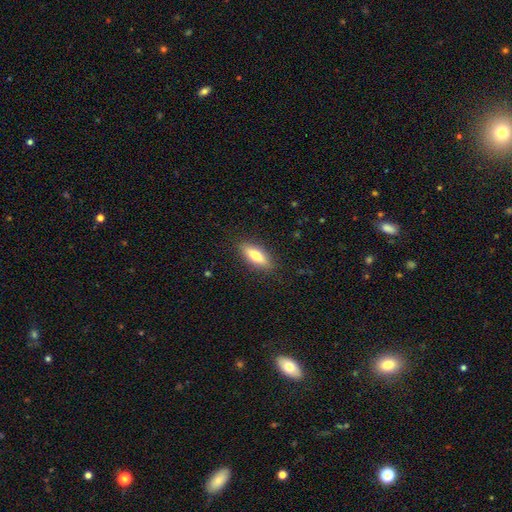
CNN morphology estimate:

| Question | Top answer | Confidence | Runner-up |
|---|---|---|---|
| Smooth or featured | smooth | 68% | featured or disk (26%) |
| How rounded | in between | 58% | cigar-shaped (40%) |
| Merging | none | 87% | minor disturbance (10%) |